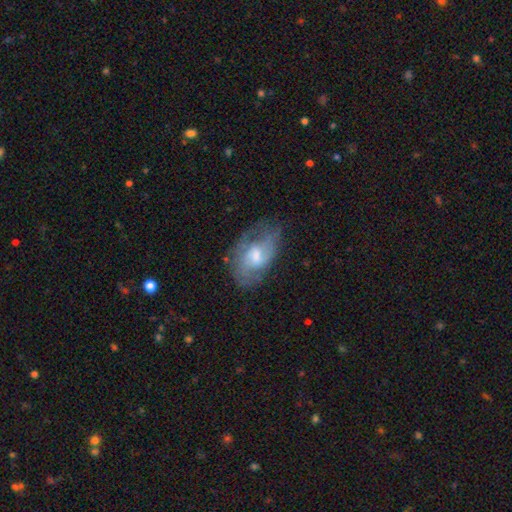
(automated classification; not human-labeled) A featured or disk galaxy (63%) with a weak bar (50%), spiral arms (75%) and a moderate central bulge (53%).

Vote fractions:
- Smooth or featured? featured or disk: 63% / smooth: 30% / star or artifact: 7%
- Edge-on disk? no: 94% / yes: 6%
- Bar? weak: 50% / no: 40% / strong: 10%
- Spiral arms? yes: 75% / no: 25%
- Bulge size? moderate: 53% / small: 30% / large: 9% / none: 7% / dominant: 1%
- Merging? none: 56% / minor disturbance: 27% / major disturbance: 15% / merger: 2%